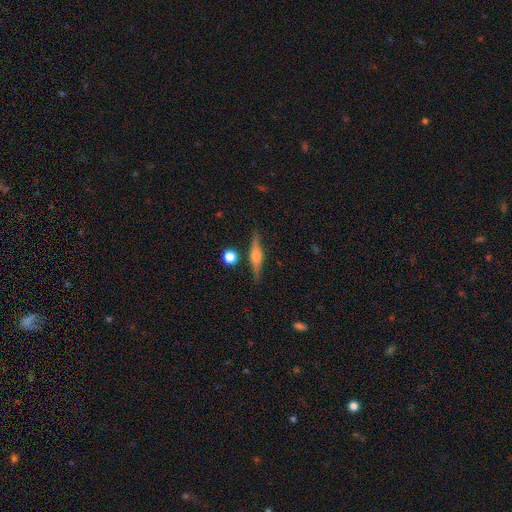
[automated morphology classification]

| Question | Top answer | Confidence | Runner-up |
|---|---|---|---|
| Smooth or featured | featured or disk | 69% | smooth (24%) |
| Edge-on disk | yes | 96% | no (4%) |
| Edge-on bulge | rounded | 86% | boxy (11%) |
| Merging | none | 85% | minor disturbance (9%) |